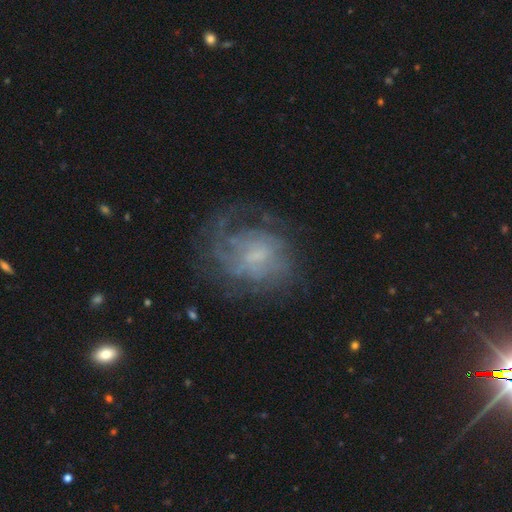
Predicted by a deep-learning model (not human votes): The model was most divided on "spiral winding": tight: 42%, medium: 36%, loose: 22%. Remaining: edge-on disk — no (97%); spiral arms — yes (76%); smooth or featured — featured or disk (71%); merging — none (57%); spiral arm count — can't tell (53%); bar — no (53%); bulge size — small (43%).